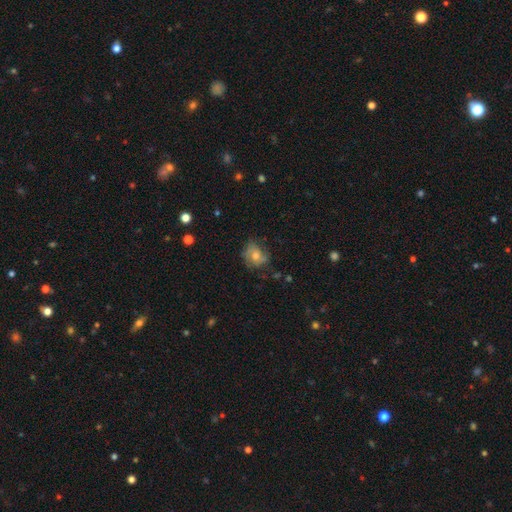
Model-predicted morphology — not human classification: Smooth or featured?
  - smooth: 61% *
  - featured or disk: 28%
  - star or artifact: 11%
How rounded?
  - round: 53% *
  - in between: 45%
  - cigar-shaped: 1%
Merging?
  - none: 51% *
  - minor disturbance: 30%
  - major disturbance: 16%
  - merger: 3%